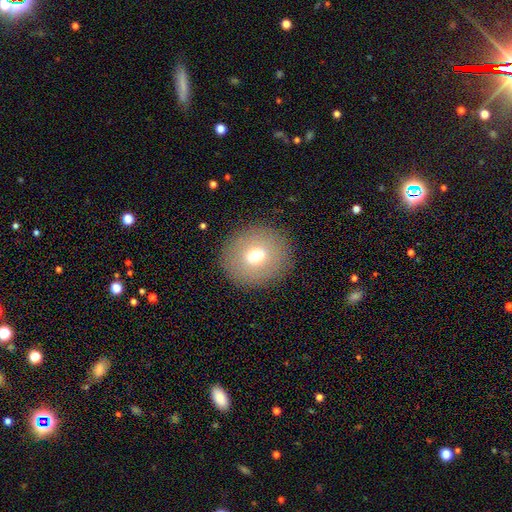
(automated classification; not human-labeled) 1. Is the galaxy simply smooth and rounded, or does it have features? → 67% smooth, 20% featured or disk, 13% star or artifact.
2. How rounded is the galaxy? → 85% round, 14% in between, 1% cigar-shaped.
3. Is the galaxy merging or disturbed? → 88% none, 7% minor disturbance, 4% major disturbance, 1% merger.